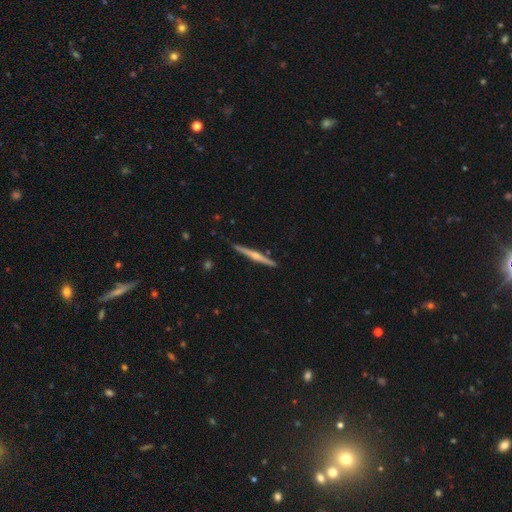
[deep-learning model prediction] Smooth or featured? Predicted: featured or disk (p=0.71). Edge-on disk? Predicted: yes (p=0.98). Edge-on bulge? Predicted: rounded (p=0.82). Merging? Predicted: none (p=0.89).